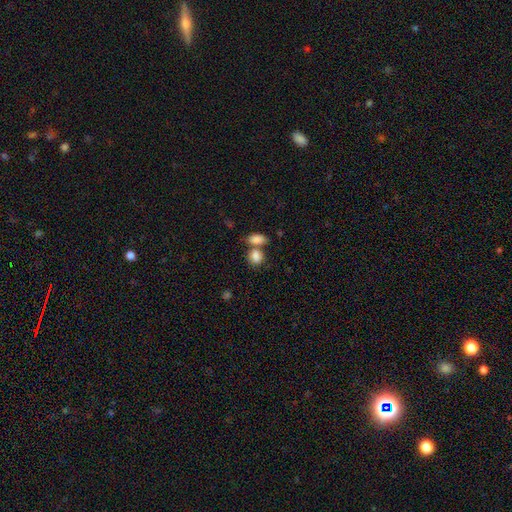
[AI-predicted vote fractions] Overall: smooth (85%). How rounded: in between (62%; round 36%). Merging: merger (45%; none 41%).